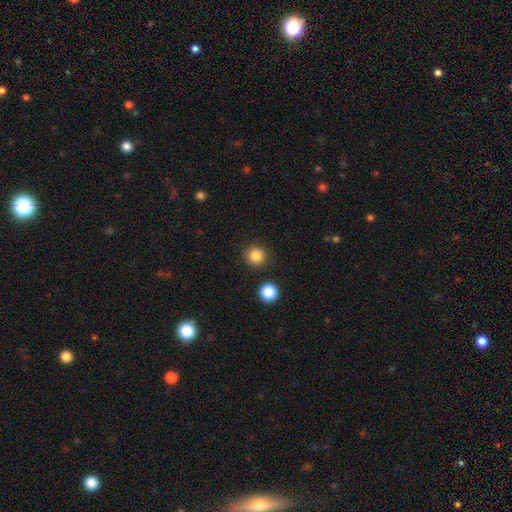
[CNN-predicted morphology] Q: Smooth or featured?
A: smooth (85%); runner-up: star or artifact (11%)
Q: How rounded?
A: round (94%); runner-up: in between (5%)
Q: Merging?
A: none (89%); runner-up: minor disturbance (6%)